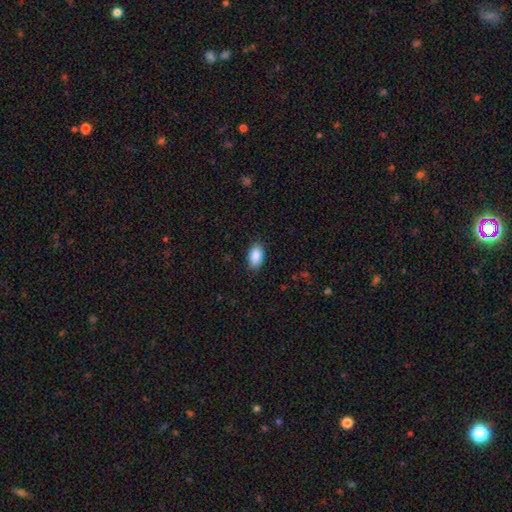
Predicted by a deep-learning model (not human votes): smooth 89%, star or artifact 7%, featured or disk 4%. Down the decision tree: how rounded — in between (92%); merging — none (86%).